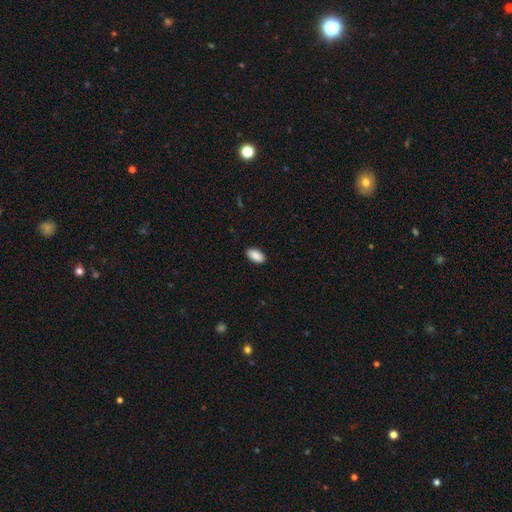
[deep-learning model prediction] Overall: smooth (90%). How rounded: in between (95%). Merging: none (90%).